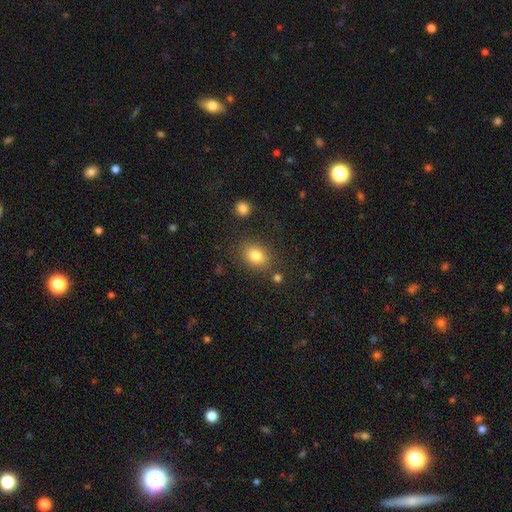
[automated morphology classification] The model was most divided on "how rounded": in between: 60%, round: 38%, cigar-shaped: 1%. More confident: smooth or featured — smooth (82%); merging — none (78%).